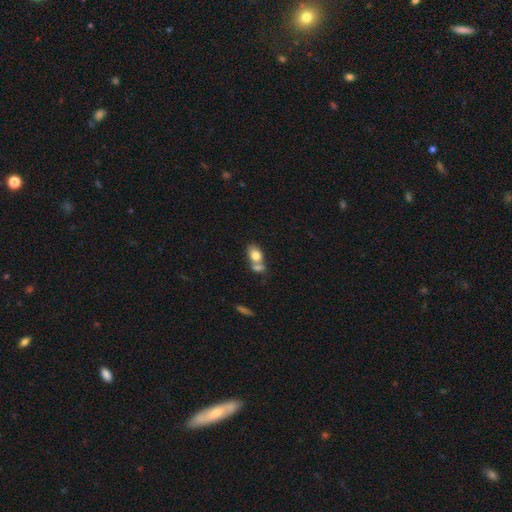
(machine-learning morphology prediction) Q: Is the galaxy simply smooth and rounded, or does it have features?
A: smooth — 77%.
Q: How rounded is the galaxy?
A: in between — 79%.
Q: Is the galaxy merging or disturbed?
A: merger — 54%.